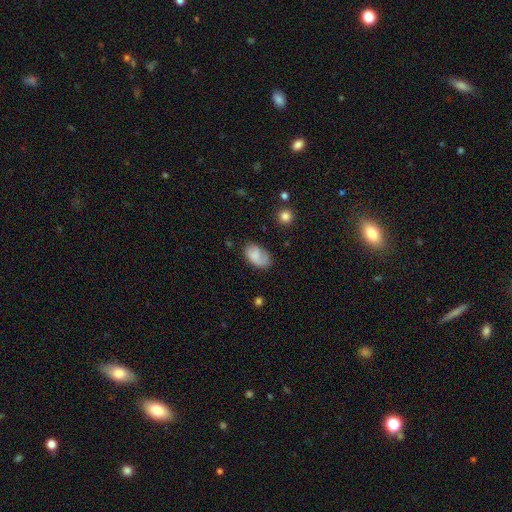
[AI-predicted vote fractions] Smooth or featured? Predicted: smooth (p=0.71). How rounded? Predicted: in between (p=0.90). Merging? Predicted: none (p=0.57).